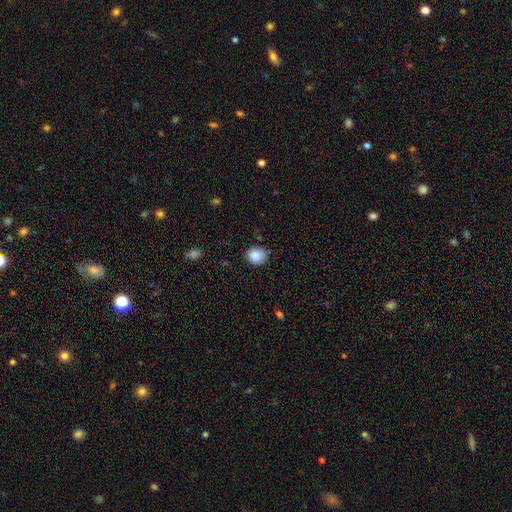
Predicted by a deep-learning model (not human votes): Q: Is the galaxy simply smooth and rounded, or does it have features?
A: smooth — 86%.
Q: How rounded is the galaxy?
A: round — 73%.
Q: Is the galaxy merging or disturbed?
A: none — 78%.